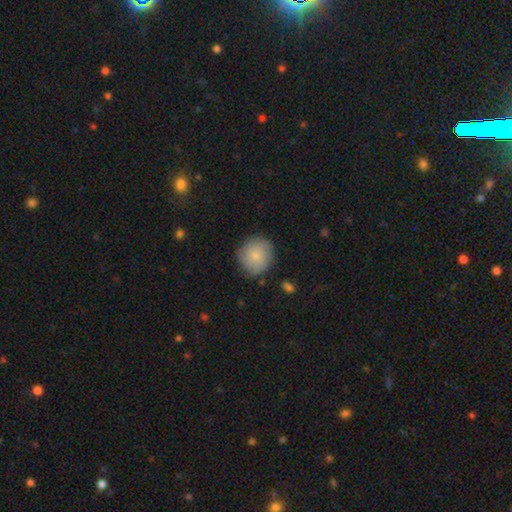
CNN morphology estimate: smooth 71%, featured or disk 23%, star or artifact 7%. Down the decision tree: how rounded — round (89%); merging — none (79%).